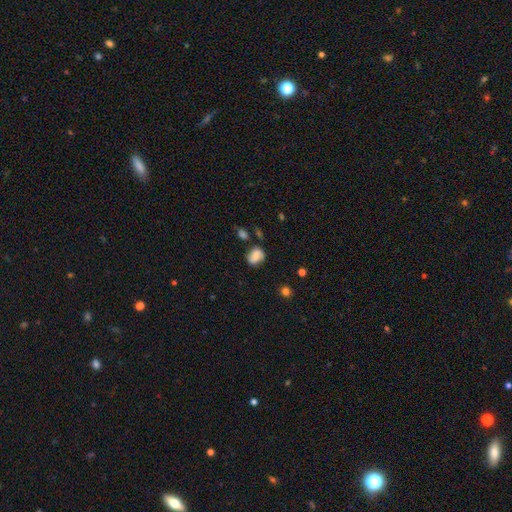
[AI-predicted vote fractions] Smooth or featured: smooth — 65% (featured or disk — 24%)
How rounded: in between — 55% (round — 43%)
Merging: none — 61% (minor disturbance — 24%)